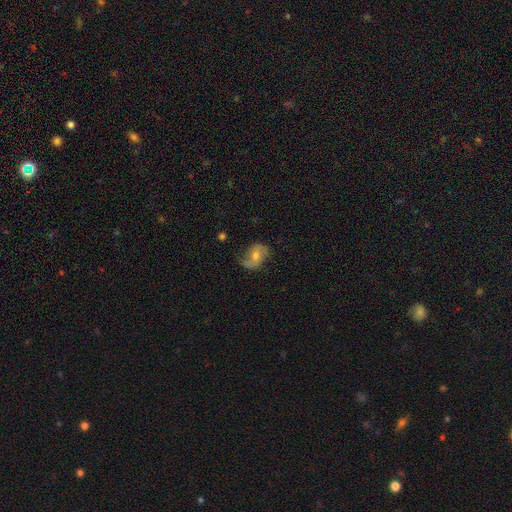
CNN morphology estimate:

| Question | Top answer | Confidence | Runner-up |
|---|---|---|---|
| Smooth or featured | featured or disk | 72% | smooth (19%) |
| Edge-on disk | no | 97% | yes (3%) |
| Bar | no | 58% | weak (33%) |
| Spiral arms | yes | 92% | no (8%) |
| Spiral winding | loose | 50% | medium (37%) |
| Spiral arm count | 2 | 88% | can't tell (5%) |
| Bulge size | moderate | 59% | small (34%) |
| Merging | none | 70% | minor disturbance (20%) |